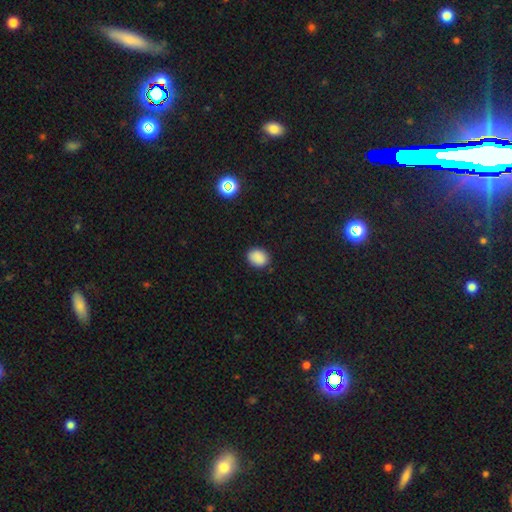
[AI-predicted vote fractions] Smooth or featured? Predicted: smooth (p=0.88). How rounded? Predicted: in between (p=0.53). Merging? Predicted: none (p=0.87).